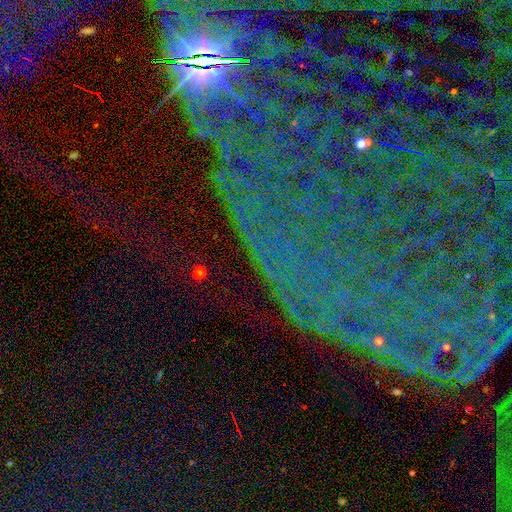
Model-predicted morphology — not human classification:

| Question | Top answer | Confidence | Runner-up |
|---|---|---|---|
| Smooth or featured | star or artifact | 82% | featured or disk (10%) |